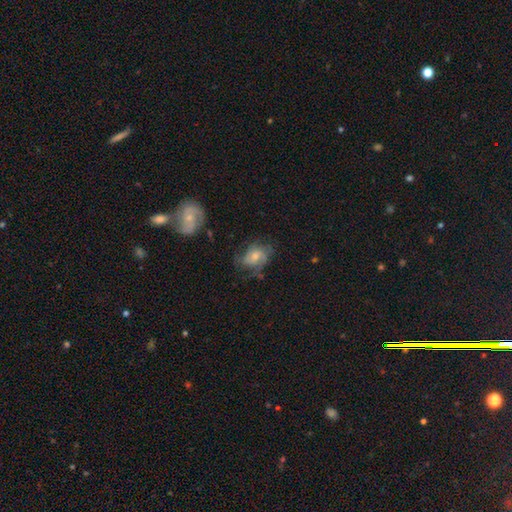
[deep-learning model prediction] Smooth or featured? featured or disk (64%)
Edge-on disk? no (97%)
Bar? no (66%)
Spiral arms? yes (86%)
Spiral winding? medium (45%)
Spiral arm count? 2 (32%)
Bulge size? moderate (45%)
Merging? none (59%)